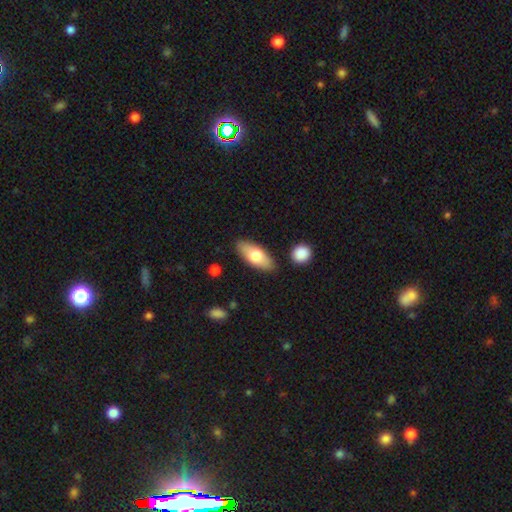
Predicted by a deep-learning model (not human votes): Morphology: type=smooth (71%); roundness=in between (80%); merging=none (84%).